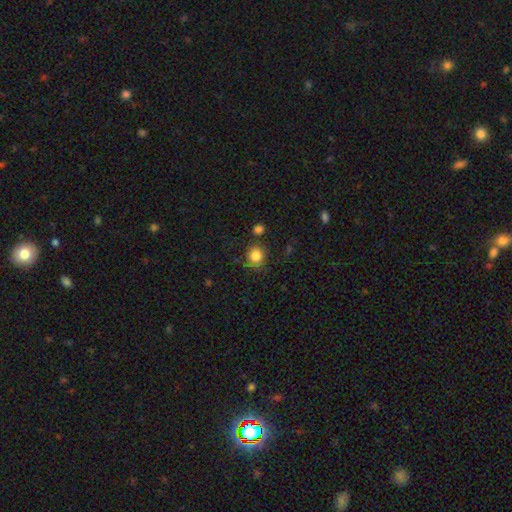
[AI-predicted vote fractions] Smooth or featured? smooth (84%)
How rounded? round (83%)
Merging? none (76%)